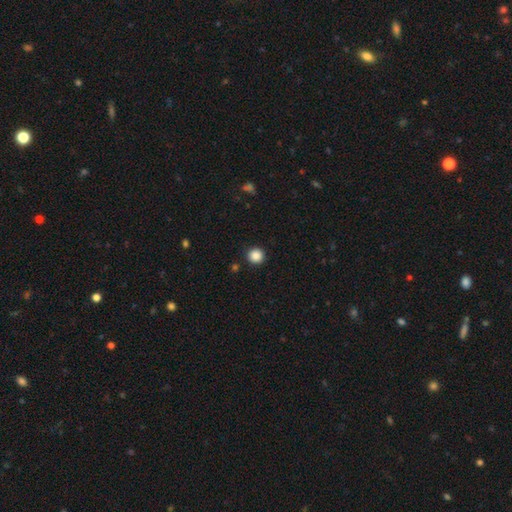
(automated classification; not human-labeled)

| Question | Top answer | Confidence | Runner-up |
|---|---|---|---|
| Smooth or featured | smooth | 87% | star or artifact (10%) |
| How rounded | round | 94% | in between (5%) |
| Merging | none | 92% | minor disturbance (5%) |